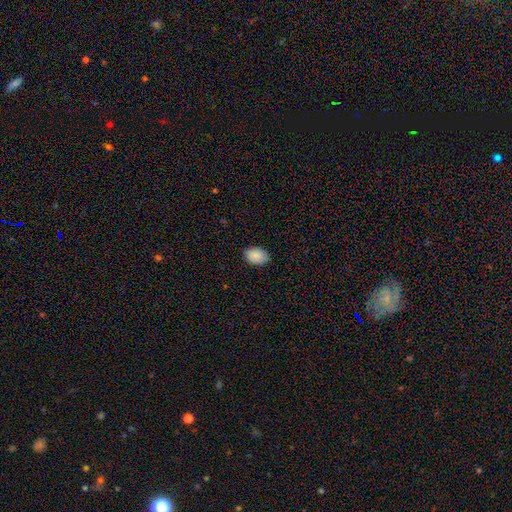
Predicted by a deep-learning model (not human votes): This is clearly a smooth galaxy (90%). How rounded: clearly in between (84%). Merging: clearly none (87%).